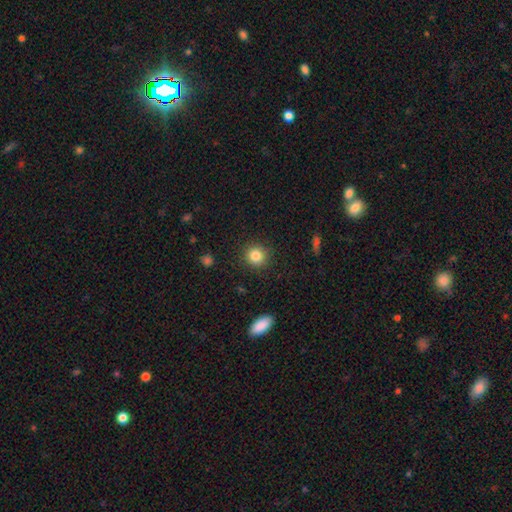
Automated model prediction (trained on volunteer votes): This is clearly a smooth galaxy (84%). How rounded: clearly round (91%). Merging: clearly none (90%).